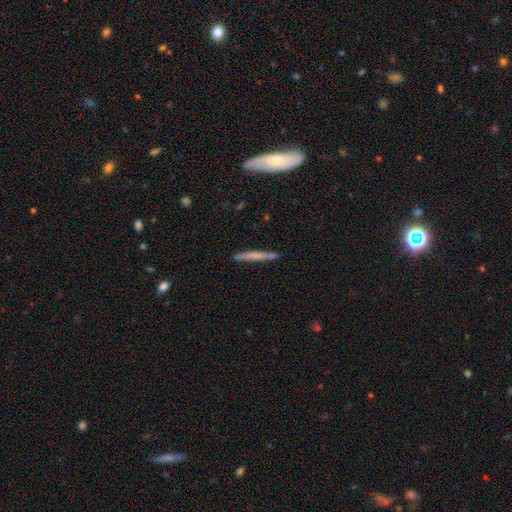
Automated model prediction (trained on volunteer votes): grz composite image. It shows a smooth galaxy with no disk features (49%). Merging: none (85%).